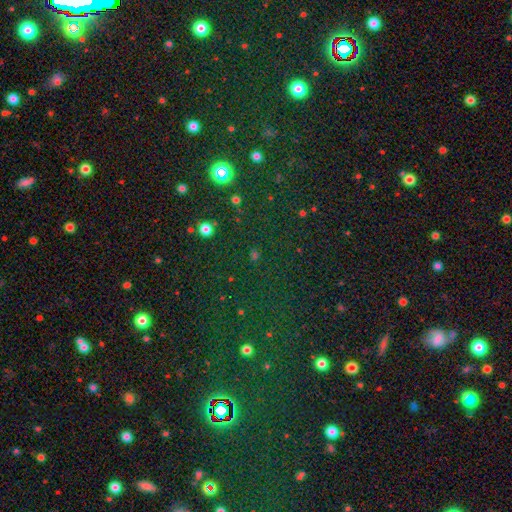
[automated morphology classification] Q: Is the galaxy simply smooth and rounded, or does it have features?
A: star or artifact — 70%.